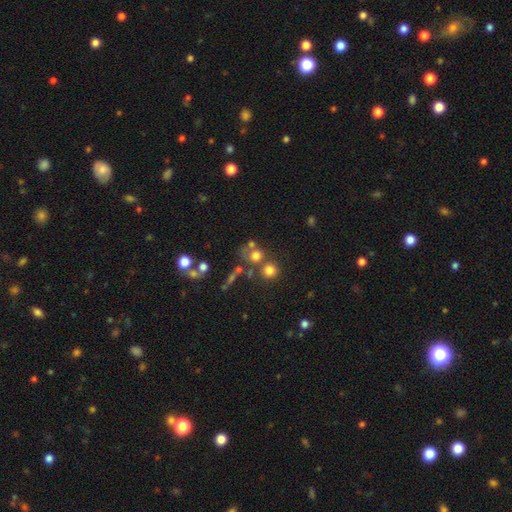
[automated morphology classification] type=smooth (65%); roundness=round (83%); merging=none (49%).